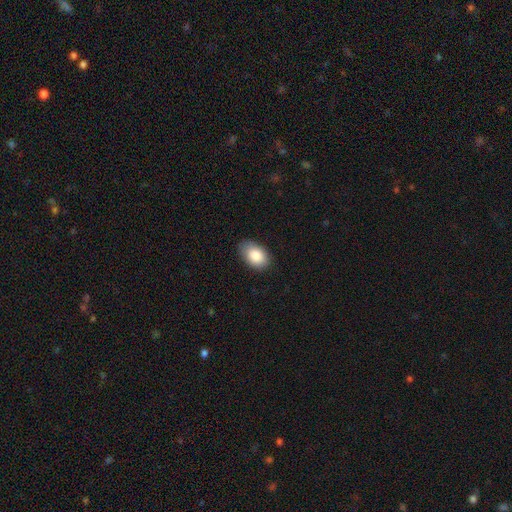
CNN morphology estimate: smooth_or_featured: smooth (p=0.85) [alt: featured or disk p=0.08]
how_rounded: in between (p=0.90) [alt: round p=0.09]
merging: none (p=0.78) [alt: minor disturbance p=0.18]